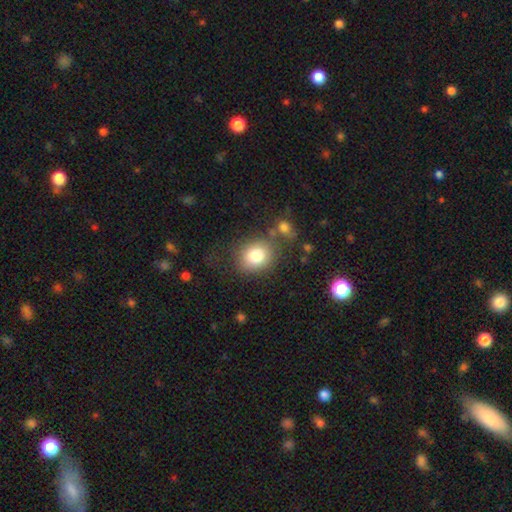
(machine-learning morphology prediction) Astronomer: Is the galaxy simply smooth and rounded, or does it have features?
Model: smooth — 81%.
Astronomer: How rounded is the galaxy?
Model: round — 63%.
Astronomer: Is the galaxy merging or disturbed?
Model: none — 71%.